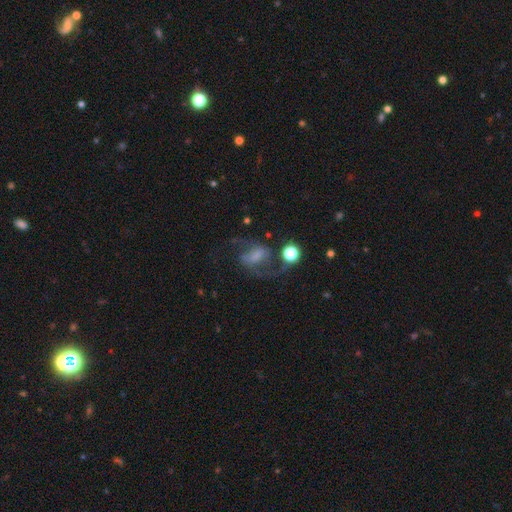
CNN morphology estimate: Smooth or featured?
  - featured or disk: 62% *
  - smooth: 26%
  - star or artifact: 12%
Edge-on disk?
  - no: 97% *
  - yes: 3%
Bar?
  - weak: 39% *
  - no: 38%
  - strong: 23%
Spiral arms?
  - yes: 84% *
  - no: 16%
Spiral winding?
  - loose: 62% *
  - medium: 32%
  - tight: 7%
Spiral arm count?
  - 2: 88% *
  - 1: 4%
  - can't tell: 4%
  - 3: 1%
  - 4: 1%
  - more than 4: 1%
Bulge size?
  - none: 39% *
  - moderate: 21%
  - small: 19%
  - large: 17%
  - dominant: 5%
Merging?
  - none: 47% *
  - major disturbance: 28%
  - minor disturbance: 19%
  - merger: 7%